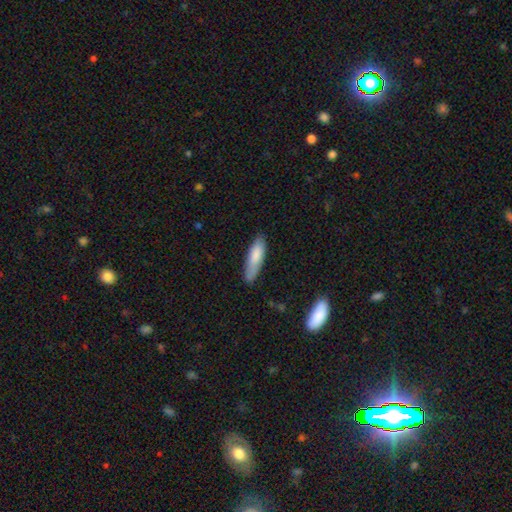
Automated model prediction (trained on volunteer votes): Morphology: type=smooth (81%); roundness=cigar-shaped (58%); merging=none (75%).